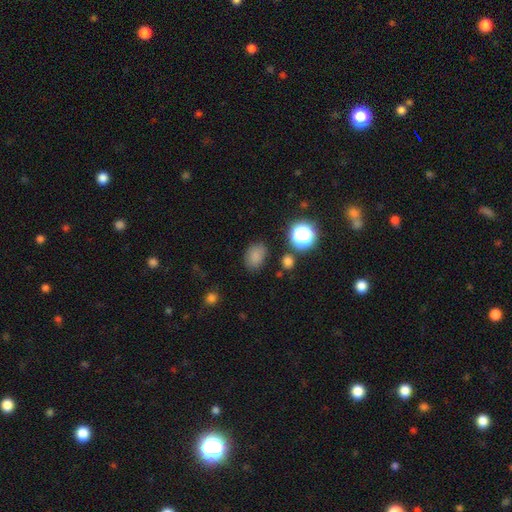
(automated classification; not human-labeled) Smooth or featured: smooth — 79% (star or artifact — 15%)
How rounded: in between — 70% (round — 29%)
Merging: none — 78% (minor disturbance — 14%)